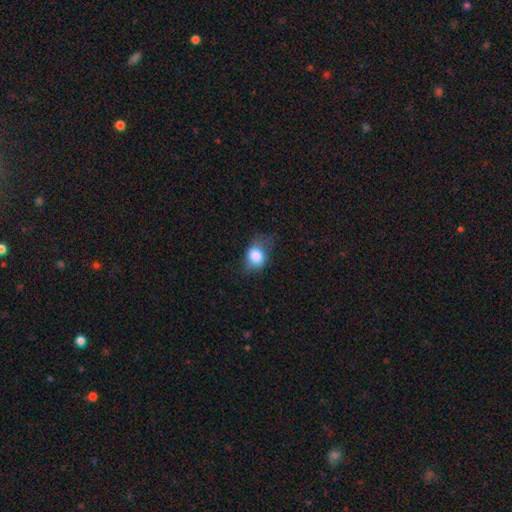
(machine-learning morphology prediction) Smooth or featured? smooth (81%)
How rounded? in between (52%)
Merging? none (48%)